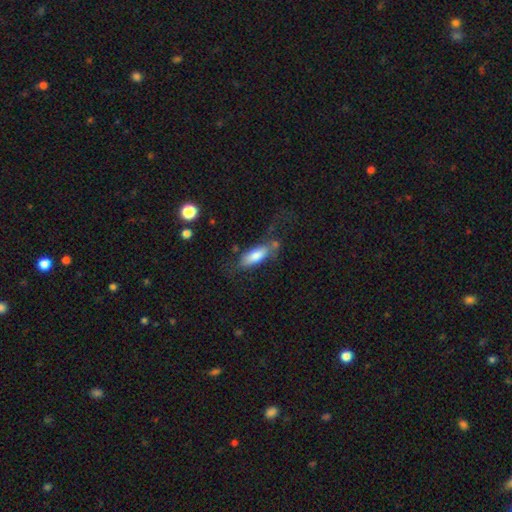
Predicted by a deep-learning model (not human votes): This appears to be a smooth galaxy with no disk features (75%) that is in between round and cigar-shaped (70%). Merging: none (52%).